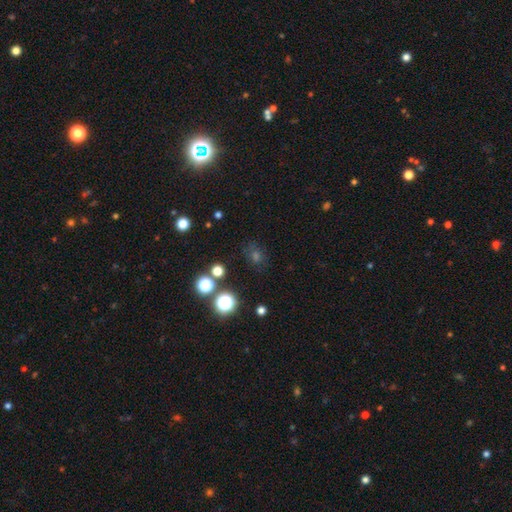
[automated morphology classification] Q: Smooth or featured?
A: smooth (48%); runner-up: star or artifact (43%)
Q: Merging?
A: none (78%); runner-up: minor disturbance (12%)